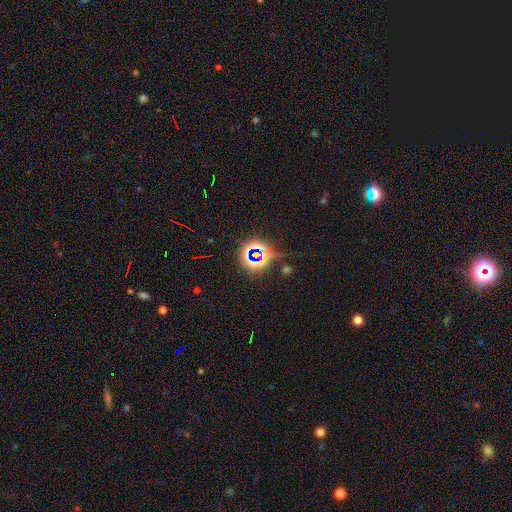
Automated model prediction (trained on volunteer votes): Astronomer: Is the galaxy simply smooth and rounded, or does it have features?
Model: star or artifact — 76%.